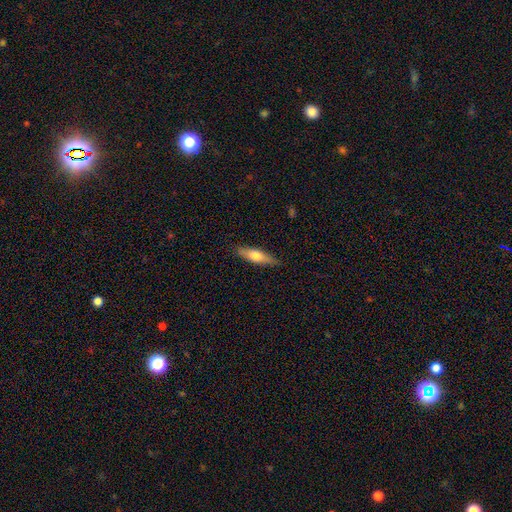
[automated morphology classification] This is possibly a smooth galaxy (59%). How rounded: likely cigar-shaped (67%). Merging: clearly none (87%).